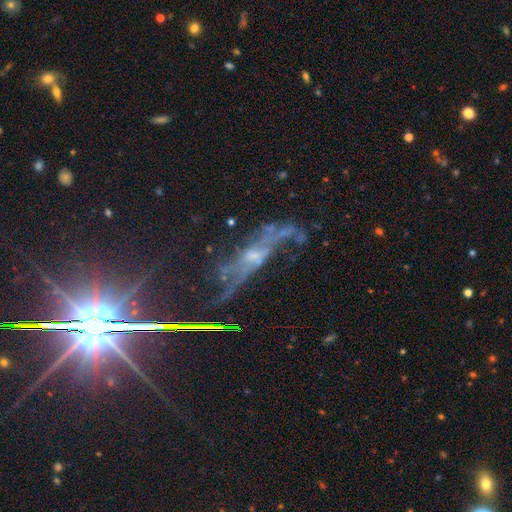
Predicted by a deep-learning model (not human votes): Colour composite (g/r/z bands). It shows a featured or disk galaxy (60%). Merging: none (45%).